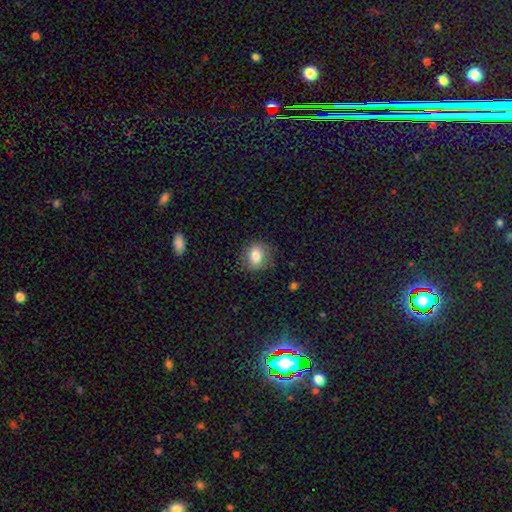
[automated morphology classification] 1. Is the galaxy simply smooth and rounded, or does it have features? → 77% smooth, 14% featured or disk, 9% star or artifact.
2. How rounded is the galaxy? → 53% round, 46% in between, 1% cigar-shaped.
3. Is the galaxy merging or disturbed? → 82% none, 13% minor disturbance, 4% major disturbance, 1% merger.